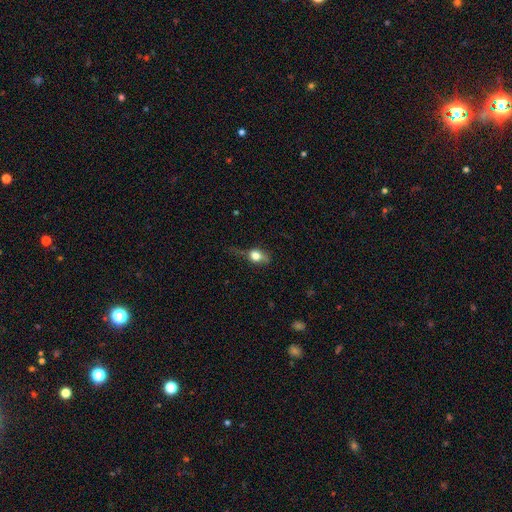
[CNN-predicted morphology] smooth-or-featured: smooth: 68% | featured or disk: 22% | star or artifact: 10%
  how-rounded: in between: 56% | round: 37% | cigar-shaped: 8%
  merging: none: 42% | minor disturbance: 32% | major disturbance: 24% | merger: 3%